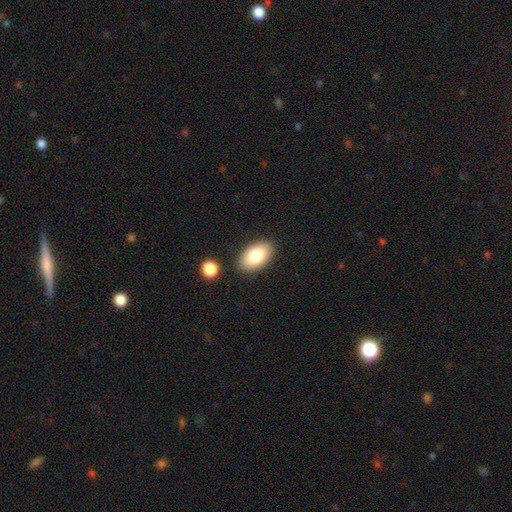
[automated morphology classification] type=smooth (81%); roundness=in between (94%); merging=none (86%).